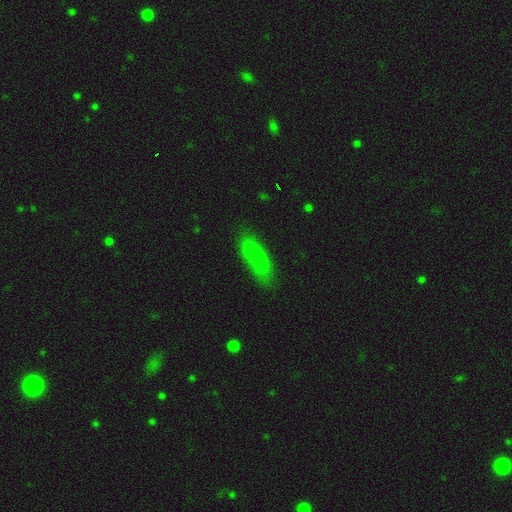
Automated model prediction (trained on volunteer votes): Morphology: type=smooth (78%); roundness=in between (57%); merging=none (68%).